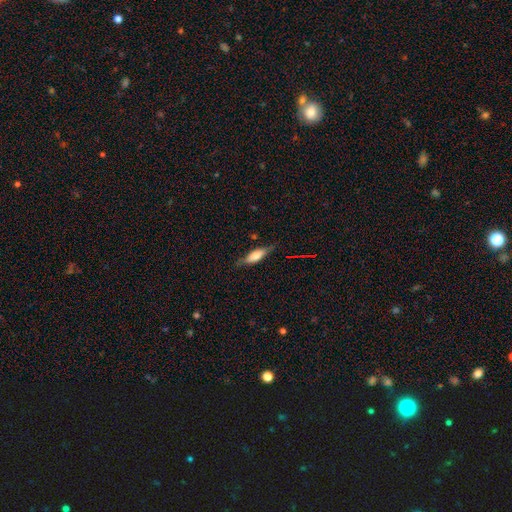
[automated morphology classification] Smooth or featured? smooth (57%)
How rounded? in between (51%)
Merging? none (76%)